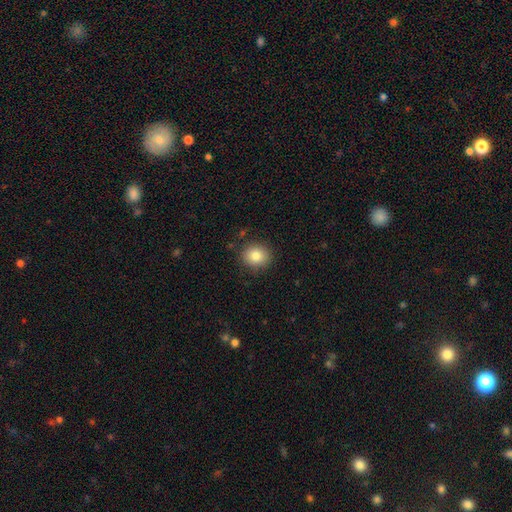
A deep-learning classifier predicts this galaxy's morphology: Overall: smooth (83%). How rounded: round (80%). Merging: none (88%).